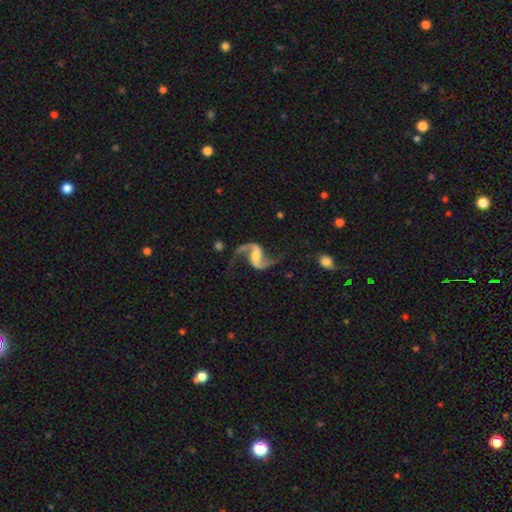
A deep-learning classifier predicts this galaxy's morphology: Smooth or featured? featured or disk (93%)
Edge-on disk? no (98%)
Bar? weak (41%)
Spiral arms? yes (98%)
Spiral winding? loose (77%)
Spiral arm count? 2 (94%)
Bulge size? moderate (45%)
Merging? none (74%)